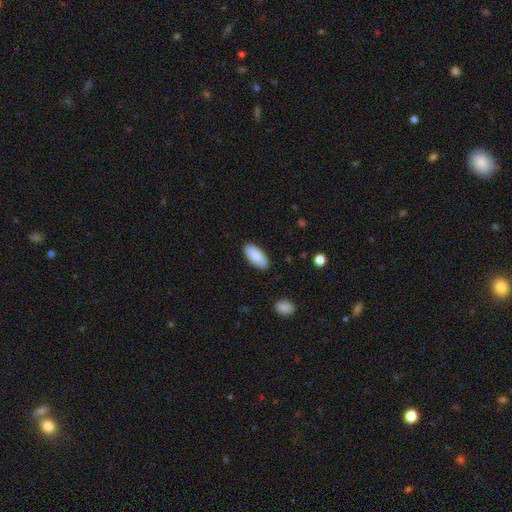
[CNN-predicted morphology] A smooth galaxy with no disk features (87%) that is in between round and cigar-shaped (90%).

Vote fractions:
- Smooth or featured? smooth: 87% / featured or disk: 7% / star or artifact: 6%
- How rounded? in between: 90% / cigar-shaped: 9% / round: 2%
- Merging? none: 88% / minor disturbance: 9% / major disturbance: 2% / merger: 1%